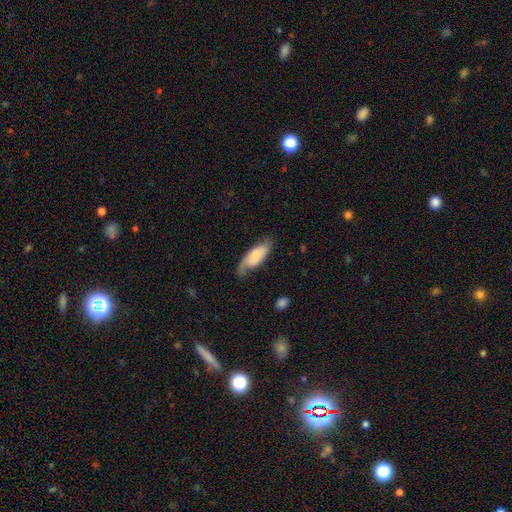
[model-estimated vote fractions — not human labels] This is likely a smooth galaxy (65%). How rounded: likely in between (72%). Merging: likely none (61%).